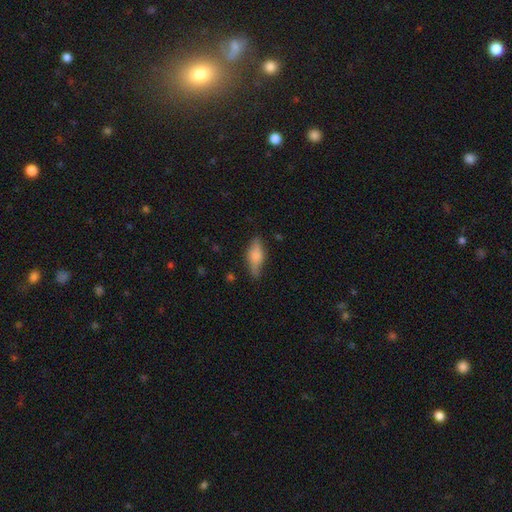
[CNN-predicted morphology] A smooth galaxy with no disk features (67%) that is in between round and cigar-shaped (70%). Merging: none (70%).